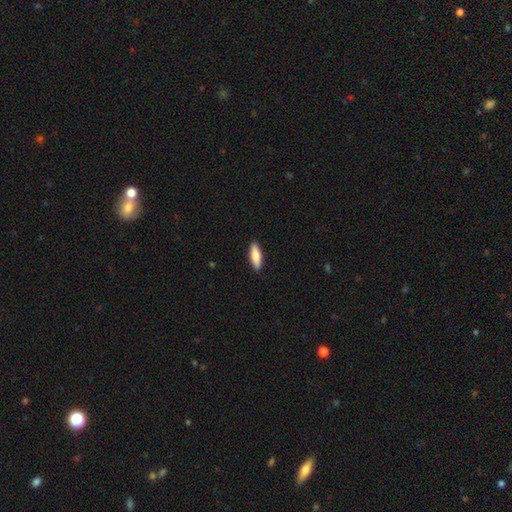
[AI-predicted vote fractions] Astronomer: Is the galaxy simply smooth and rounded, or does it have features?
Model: smooth — 76%.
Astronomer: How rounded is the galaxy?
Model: cigar-shaped — 51% (runner-up: in between, 47%).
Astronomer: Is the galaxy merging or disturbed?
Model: none — 90%.